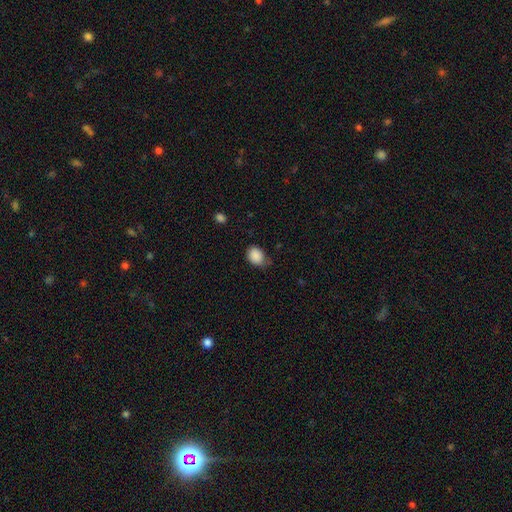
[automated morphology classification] smooth 88%, star or artifact 8%, featured or disk 4%. Down the decision tree: how rounded — in between (60%); merging — none (61%).